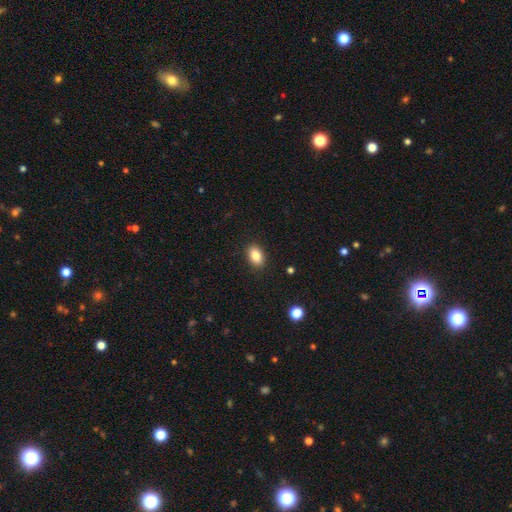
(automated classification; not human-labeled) Morphology: type=smooth (85%); roundness=in between (86%); merging=none (89%).